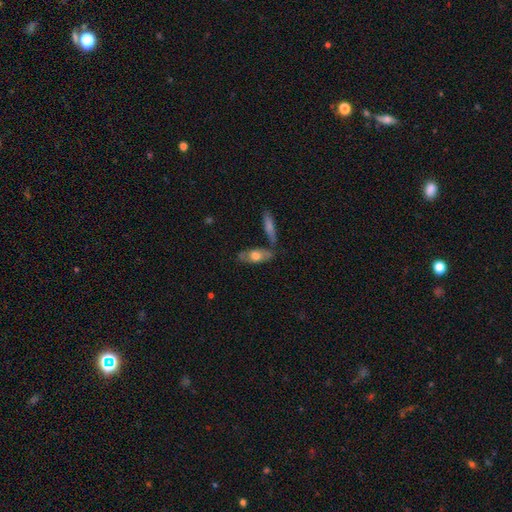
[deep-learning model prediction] Smooth or featured? smooth (57%)
How rounded? in between (72%)
Merging? none (66%)